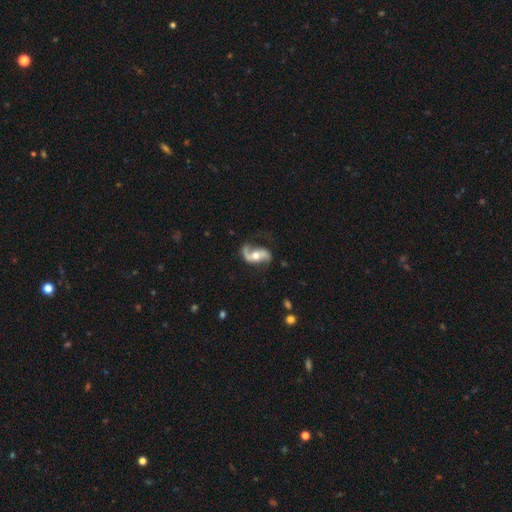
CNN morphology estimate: This is clearly a featured or disk galaxy (86%). It is clearly not viewed edge-on (96%). Bar: possibly no (50%). Spiral arm pattern: clearly yes (95%). Spiral arm count: clearly 2 (91%). Spiral winding: likely loose (70%). Central bulge: likely moderate (74%). Merging: likely none (71%).